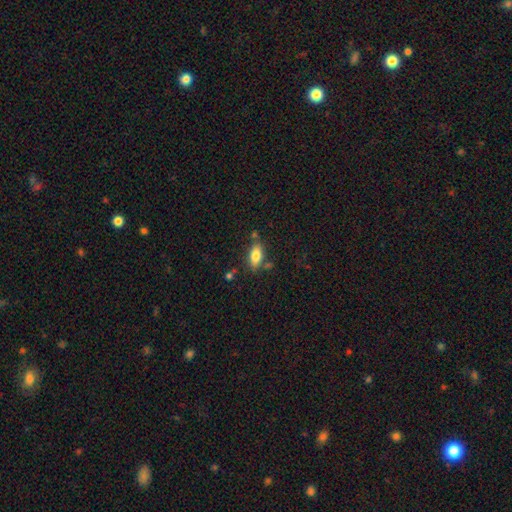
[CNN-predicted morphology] Q: Smooth or featured?
A: smooth (80%); runner-up: featured or disk (13%)
Q: How rounded?
A: in between (85%); runner-up: cigar-shaped (12%)
Q: Merging?
A: none (72%); runner-up: minor disturbance (16%)